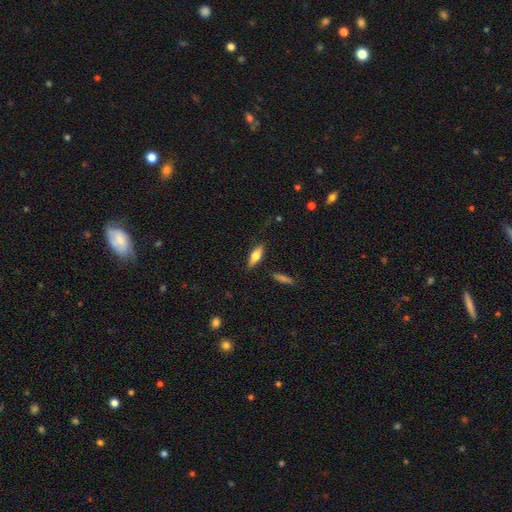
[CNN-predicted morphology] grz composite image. It shows a smooth galaxy with no disk features (63%) that is in between round and cigar-shaped (60%). Merging: none (82%).